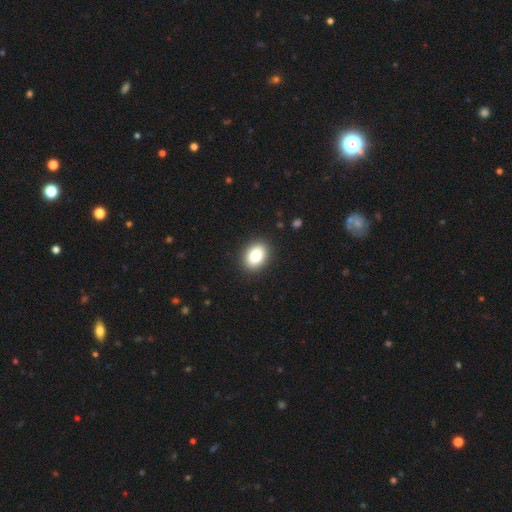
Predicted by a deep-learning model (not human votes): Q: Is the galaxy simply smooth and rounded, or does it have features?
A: smooth — 83%.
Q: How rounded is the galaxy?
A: in between — 69%.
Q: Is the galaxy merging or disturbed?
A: none — 90%.